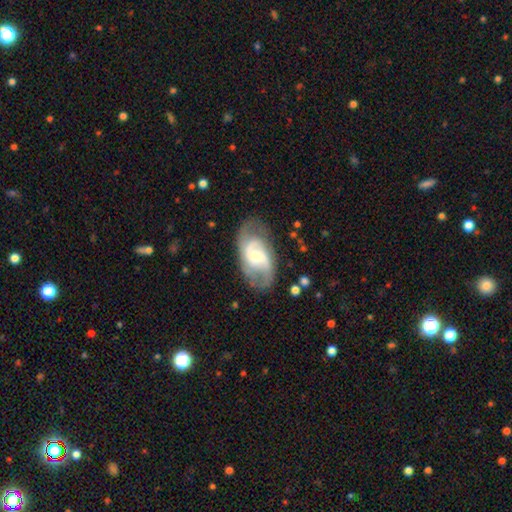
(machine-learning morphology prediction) Smooth or featured?
  - featured or disk: 81% *
  - smooth: 14%
  - star or artifact: 5%
Edge-on disk?
  - no: 96% *
  - yes: 4%
Bar?
  - weak: 46% *
  - no: 43%
  - strong: 12%
Spiral arms?
  - yes: 93% *
  - no: 7%
Spiral winding?
  - medium: 49% *
  - loose: 28%
  - tight: 23%
Spiral arm count?
  - 2: 73% *
  - can't tell: 12%
  - 3: 7%
  - 1: 4%
  - 4: 2%
  - more than 4: 2%
Bulge size?
  - moderate: 53% *
  - small: 38%
  - large: 6%
  - none: 2%
  - dominant: 1%
Merging?
  - none: 72% *
  - minor disturbance: 18%
  - major disturbance: 9%
  - merger: 2%